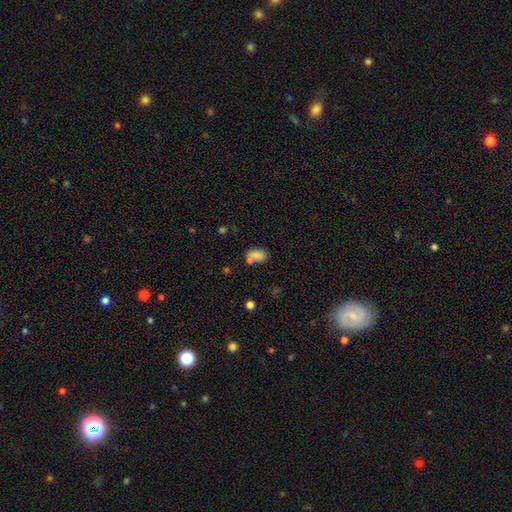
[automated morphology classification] Smooth or featured: smooth — 79% (star or artifact — 11%)
How rounded: in between — 87% (round — 11%)
Merging: none — 46% (merger — 29%)